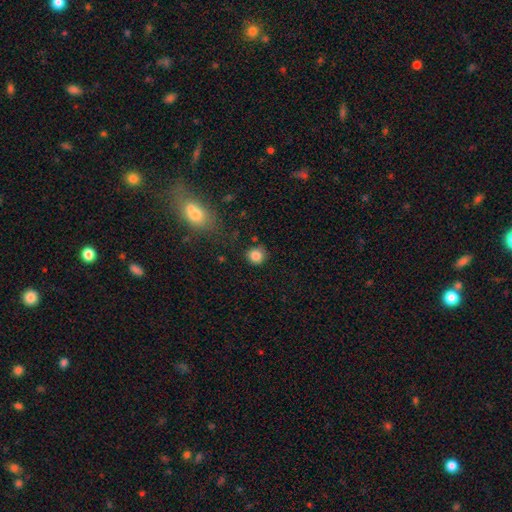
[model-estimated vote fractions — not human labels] This is clearly a smooth galaxy (85%). How rounded: clearly round (90%). Merging: clearly none (83%).